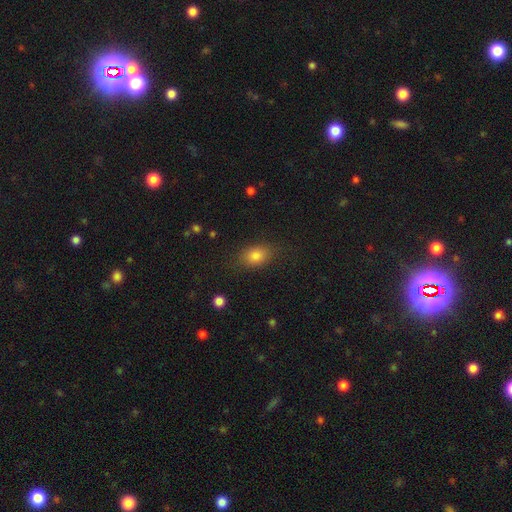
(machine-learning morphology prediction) Smooth or featured?
  - smooth: 80% *
  - star or artifact: 11%
  - featured or disk: 9%
How rounded?
  - in between: 76% *
  - round: 22%
  - cigar-shaped: 2%
Merging?
  - none: 81% *
  - minor disturbance: 14%
  - major disturbance: 4%
  - merger: 1%